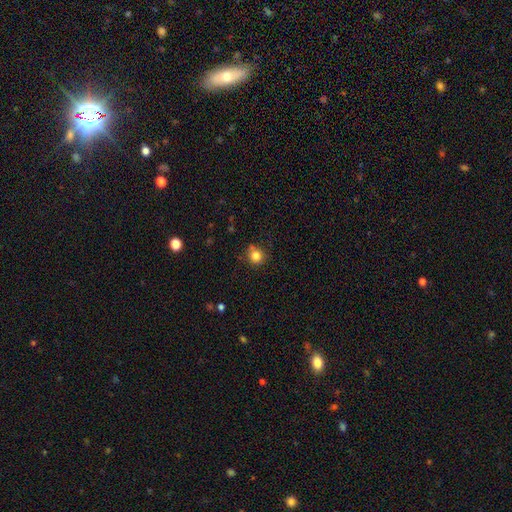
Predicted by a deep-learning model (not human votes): Q: Smooth or featured?
A: smooth (81%); runner-up: star or artifact (12%)
Q: How rounded?
A: round (87%); runner-up: in between (12%)
Q: Merging?
A: none (73%); runner-up: minor disturbance (15%)